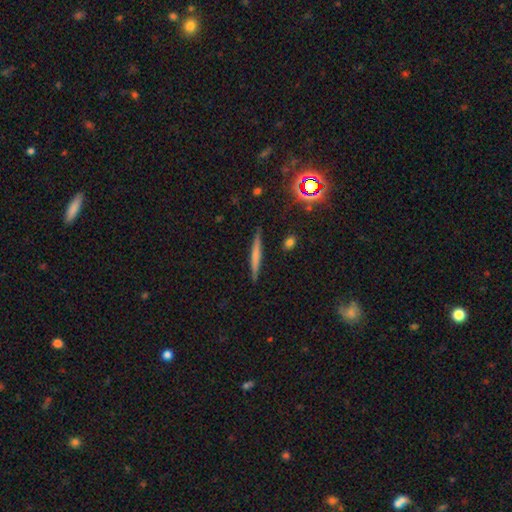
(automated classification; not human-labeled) Morphology: type=smooth (53%); roundness=cigar-shaped (94%); merging=none (88%).